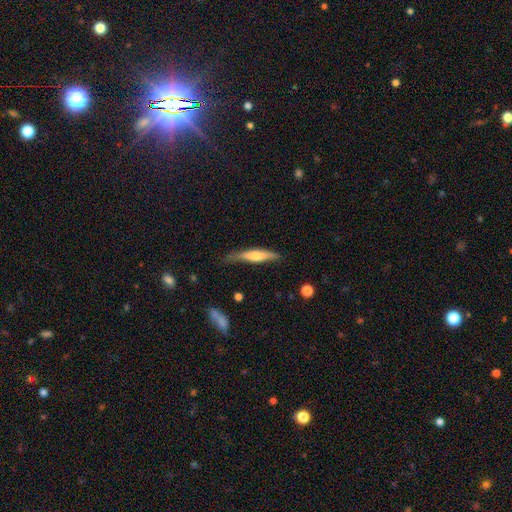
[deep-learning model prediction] featured or disk 48%, smooth 47%, star or artifact 6%. Down the decision tree: merging — none (71%).